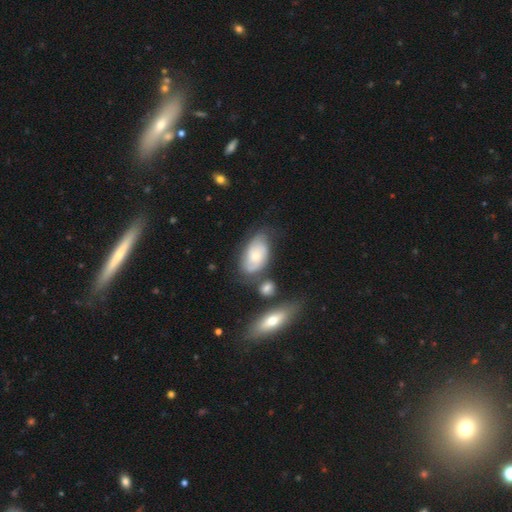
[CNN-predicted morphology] Overall: featured or disk (51%; smooth 42%). Edge-on disk: no (93%). Merging: none (54%; minor disturbance 24%).